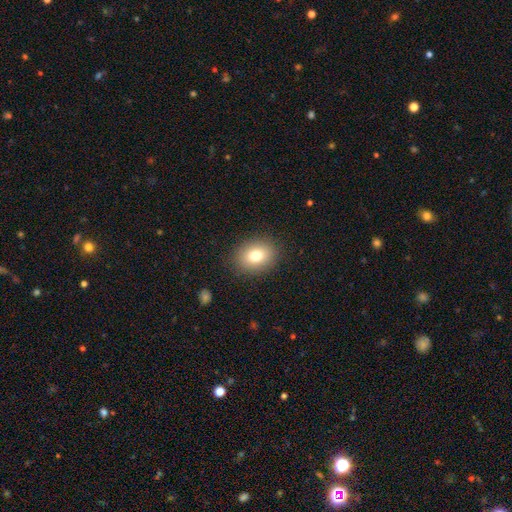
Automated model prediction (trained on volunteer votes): This appears to be a smooth galaxy with no disk features (78%) that is in between round and cigar-shaped (51%). Merging: none (88%).